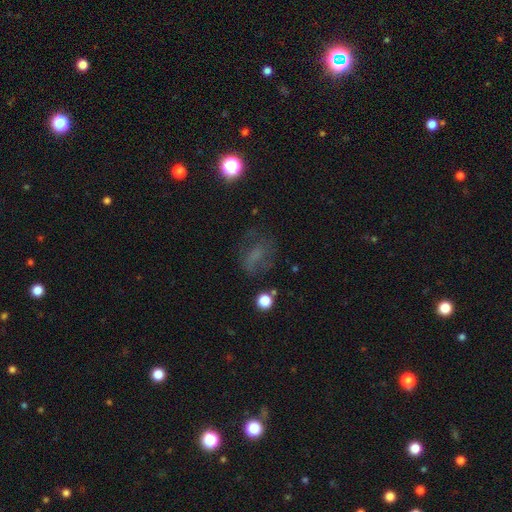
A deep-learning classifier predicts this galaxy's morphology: Smooth or featured: smooth — 42% (featured or disk — 34%)
Merging: none — 55% (major disturbance — 21%)